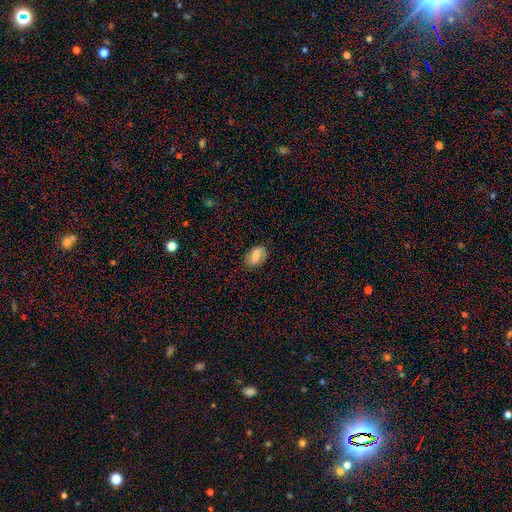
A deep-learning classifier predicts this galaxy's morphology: Smooth or featured? Predicted: smooth (p=0.71). How rounded? Predicted: in between (p=0.85). Merging? Predicted: none (p=0.82).